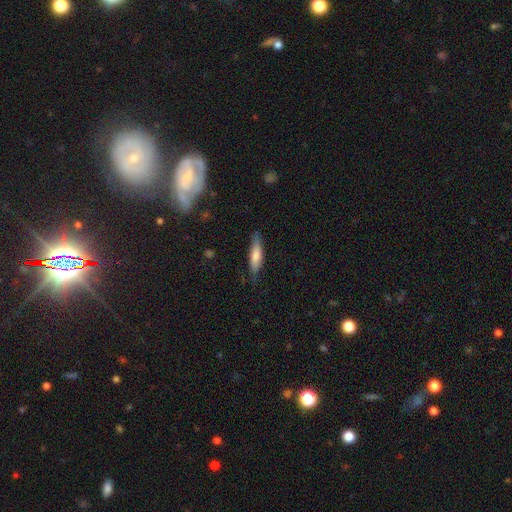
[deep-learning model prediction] Overall: smooth (66%; featured or disk 28%). How rounded: cigar-shaped (74%). Merging: none (78%).